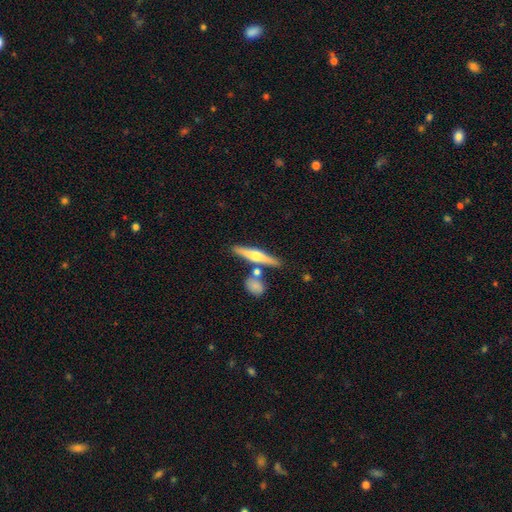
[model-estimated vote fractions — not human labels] A featured or disk galaxy (57%) viewed edge-on (96%) with a rounded central bulge (89%). Merging: none (76%).